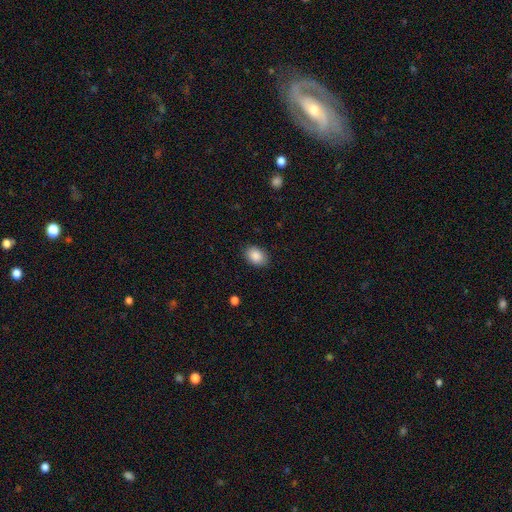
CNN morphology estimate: smooth_or_featured: smooth (p=0.88) [alt: star or artifact p=0.07]
how_rounded: in between (p=0.78) [alt: round p=0.21]
merging: none (p=0.87) [alt: minor disturbance p=0.09]